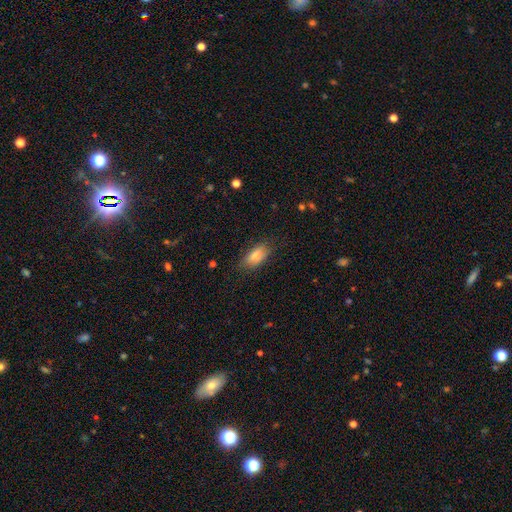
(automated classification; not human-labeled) Smooth or featured: smooth — 78% (featured or disk — 14%)
How rounded: in between — 87% (cigar-shaped — 8%)
Merging: none — 78% (minor disturbance — 17%)